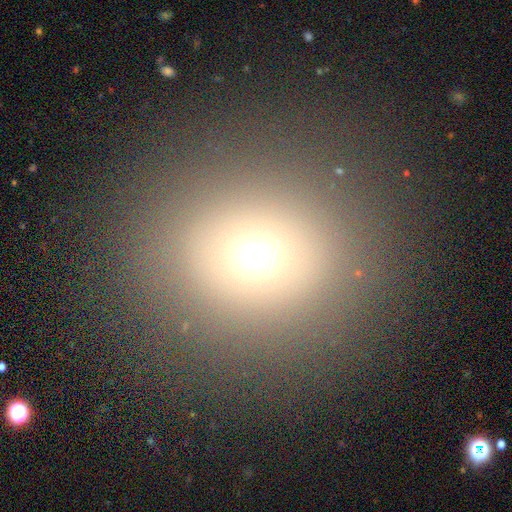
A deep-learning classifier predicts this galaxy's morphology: This appears to be a smooth galaxy with no disk features (68%) that is round (79%). Merging: none (86%).